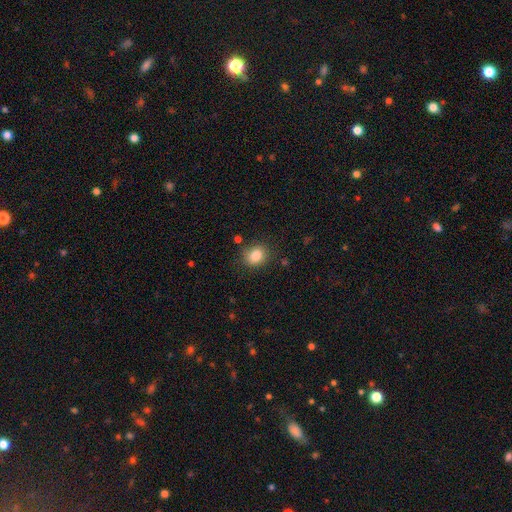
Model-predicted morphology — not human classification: This is clearly a smooth galaxy (84%). How rounded: possibly round (58%). Merging: clearly none (83%).